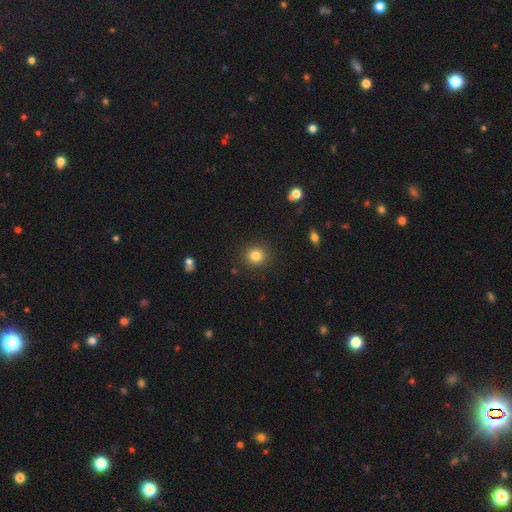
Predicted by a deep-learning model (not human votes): Q: Smooth or featured?
A: smooth (83%); runner-up: star or artifact (12%)
Q: How rounded?
A: round (88%); runner-up: in between (11%)
Q: Merging?
A: none (90%); runner-up: minor disturbance (6%)